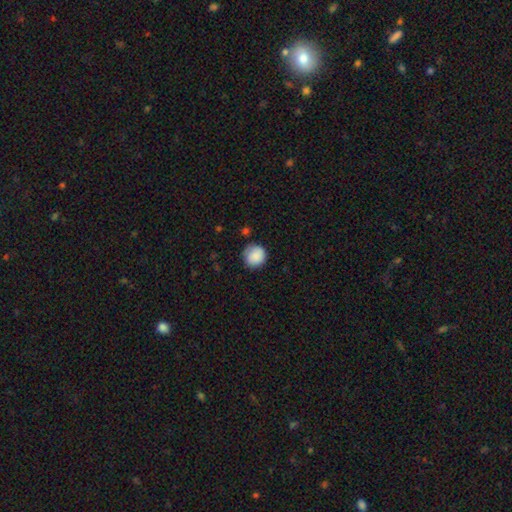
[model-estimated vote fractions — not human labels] This appears to be a smooth galaxy with no disk features (87%) that is round (92%). Merging: none (80%).